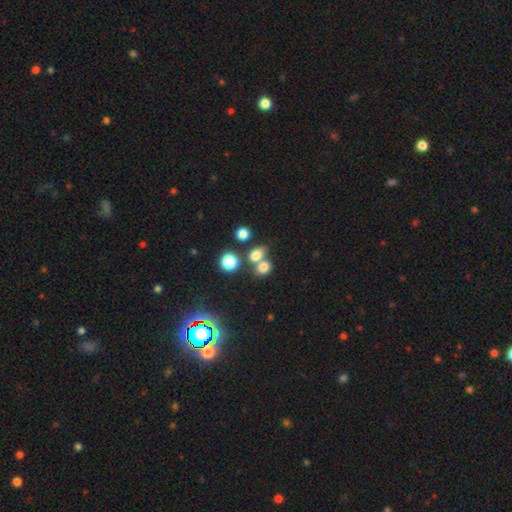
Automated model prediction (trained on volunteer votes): Smooth or featured: smooth — 74% (star or artifact — 16%)
How rounded: in between — 51% (round — 48%)
Merging: none — 45% (merger — 40%)